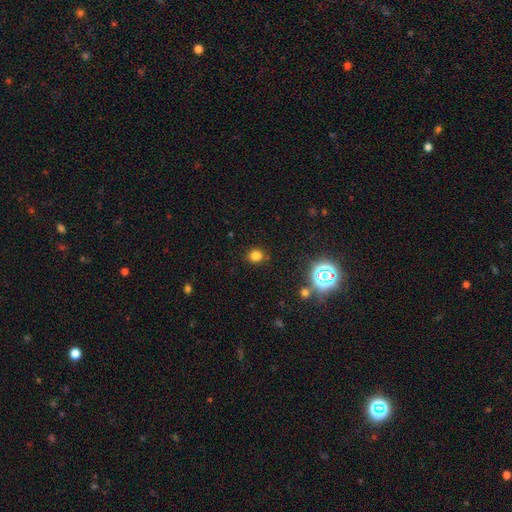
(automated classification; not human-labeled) Overall: smooth (77%). How rounded: round (78%). Merging: none (87%).